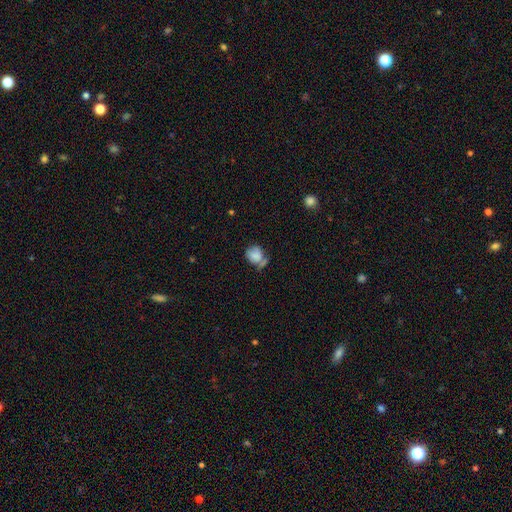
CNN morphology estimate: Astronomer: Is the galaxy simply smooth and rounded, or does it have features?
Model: smooth — 74%.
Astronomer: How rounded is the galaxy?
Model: round — 60% (runner-up: in between, 39%).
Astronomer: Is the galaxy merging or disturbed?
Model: none — 40% (runner-up: minor disturbance, 25%).